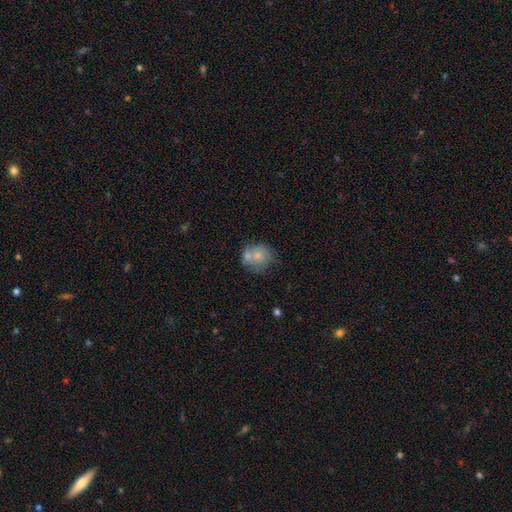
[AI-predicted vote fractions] smooth_or_featured: smooth (p=0.65) [alt: featured or disk p=0.26]
how_rounded: round (p=0.75) [alt: in between p=0.24]
merging: none (p=0.45) [alt: merger p=0.30]